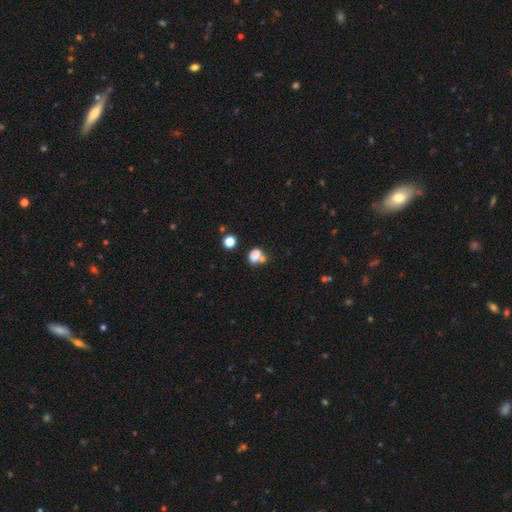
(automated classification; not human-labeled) This is likely a smooth galaxy (74%). How rounded: possibly round (53%). Merging: marginally none (39%).